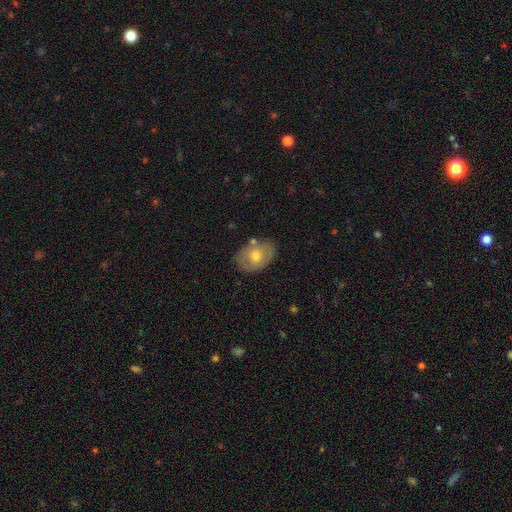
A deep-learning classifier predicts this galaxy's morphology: smooth 57%, featured or disk 36%, star or artifact 7%. Down the decision tree: how rounded — in between (78%); merging — none (76%).